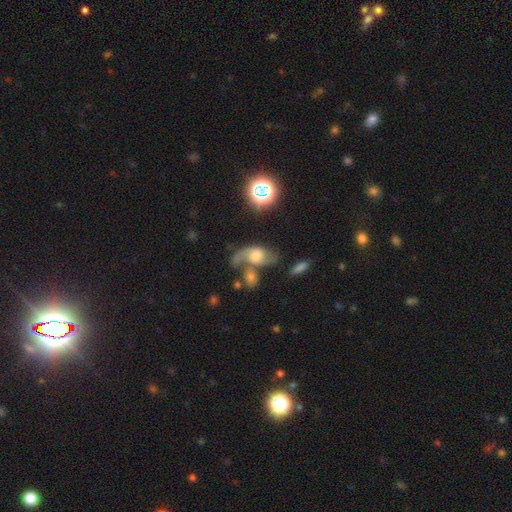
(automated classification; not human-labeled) A featured or disk galaxy (59%) with no bar (65%), spiral arms (83%) and a moderate central bulge (39%).

Vote fractions:
- Smooth or featured? featured or disk: 59% / smooth: 28% / star or artifact: 13%
- Edge-on disk? no: 95% / yes: 5%
- Bar? no: 65% / weak: 29% / strong: 6%
- Spiral arms? yes: 83% / no: 17%
- Bulge size? moderate: 39% / large: 34% / small: 14% / none: 8% / dominant: 6%
- Merging? merger: 43% / major disturbance: 22% / none: 22% / minor disturbance: 13%